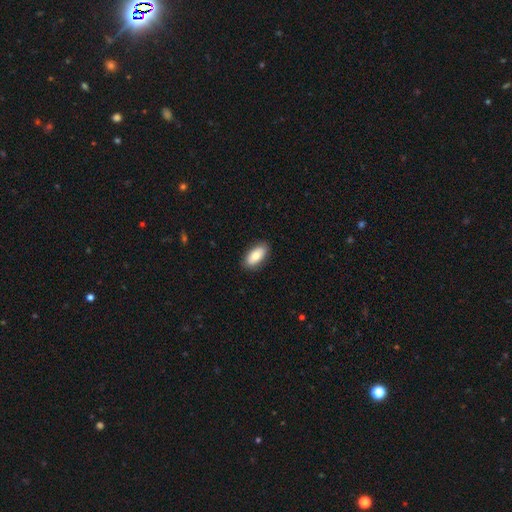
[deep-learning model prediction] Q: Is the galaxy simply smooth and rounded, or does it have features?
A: smooth — 78%.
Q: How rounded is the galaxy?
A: in between — 92%.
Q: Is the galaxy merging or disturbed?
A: none — 87%.